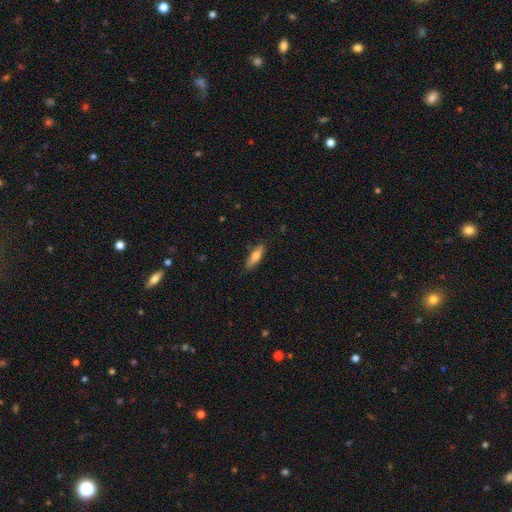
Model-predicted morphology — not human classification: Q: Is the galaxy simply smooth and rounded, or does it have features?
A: smooth — 70%.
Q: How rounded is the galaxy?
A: cigar-shaped — 59%.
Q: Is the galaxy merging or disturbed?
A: none — 82%.